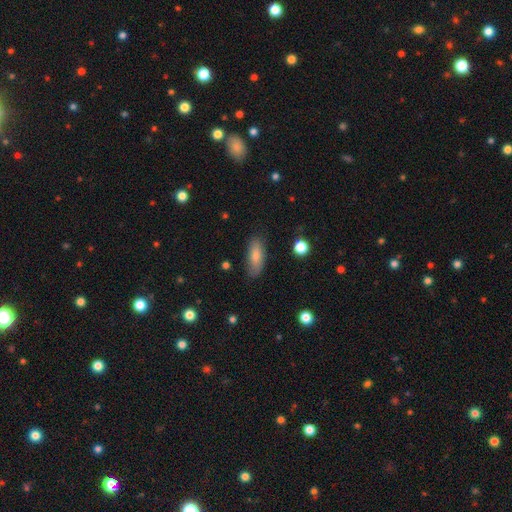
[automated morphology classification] The model was most divided on "how rounded": in between: 72%, cigar-shaped: 26%, round: 2%. More confident: merging — none (81%); smooth or featured — smooth (78%).